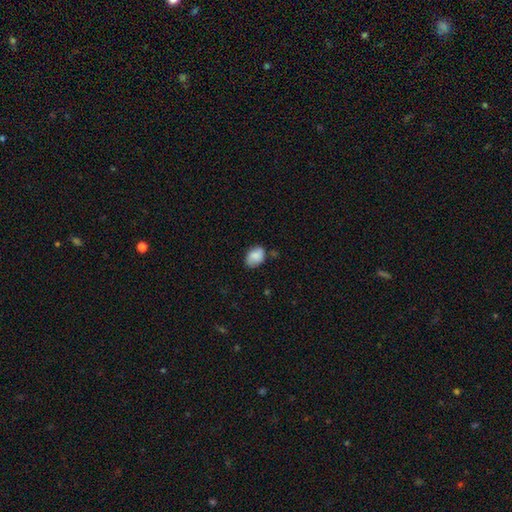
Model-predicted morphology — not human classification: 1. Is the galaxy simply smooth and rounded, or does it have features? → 80% smooth, 12% featured or disk, 8% star or artifact.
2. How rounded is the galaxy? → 76% in between, 23% round, 1% cigar-shaped.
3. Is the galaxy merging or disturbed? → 68% none, 24% minor disturbance, 4% major disturbance, 3% merger.